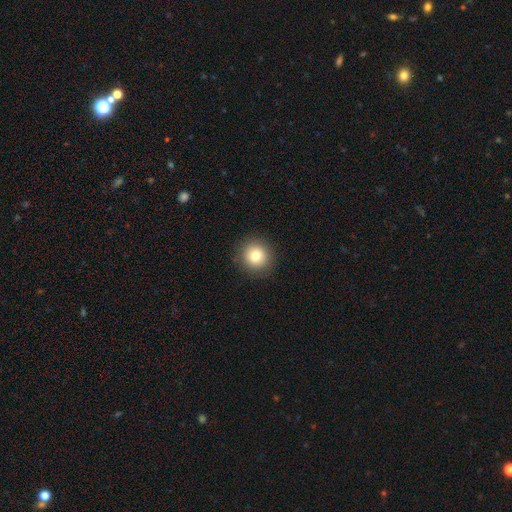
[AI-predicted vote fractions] Smooth or featured?
  - smooth: 81% *
  - star or artifact: 11%
  - featured or disk: 9%
How rounded?
  - round: 92% *
  - in between: 7%
  - cigar-shaped: 1%
Merging?
  - none: 91% *
  - minor disturbance: 6%
  - major disturbance: 2%
  - merger: 1%